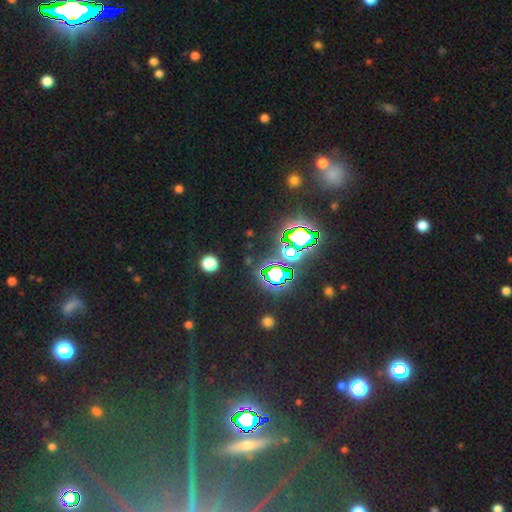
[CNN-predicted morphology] Smooth or featured? star or artifact (80%)